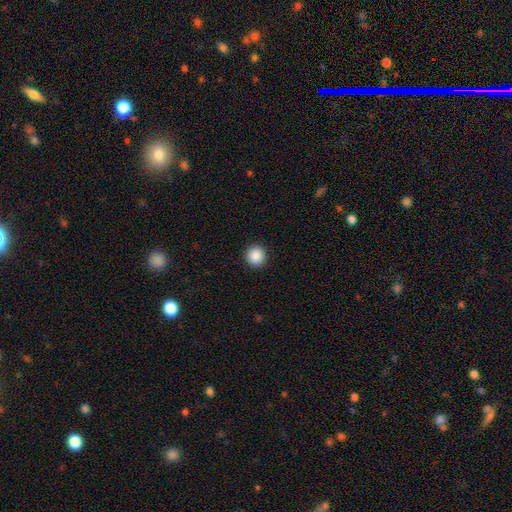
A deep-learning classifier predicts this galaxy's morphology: Smooth or featured? Predicted: smooth (p=0.88). How rounded? Predicted: round (p=0.93). Merging? Predicted: none (p=0.93).